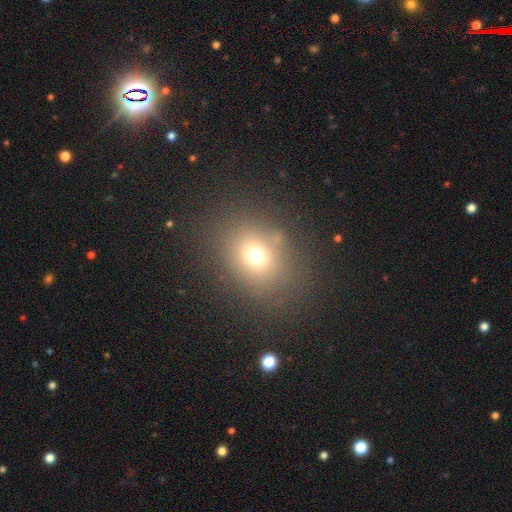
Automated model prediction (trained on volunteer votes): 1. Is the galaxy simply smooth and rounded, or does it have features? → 68% smooth, 21% star or artifact, 12% featured or disk.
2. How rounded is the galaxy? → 63% round, 36% in between, 1% cigar-shaped.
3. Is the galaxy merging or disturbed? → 80% none, 11% minor disturbance, 7% major disturbance, 2% merger.